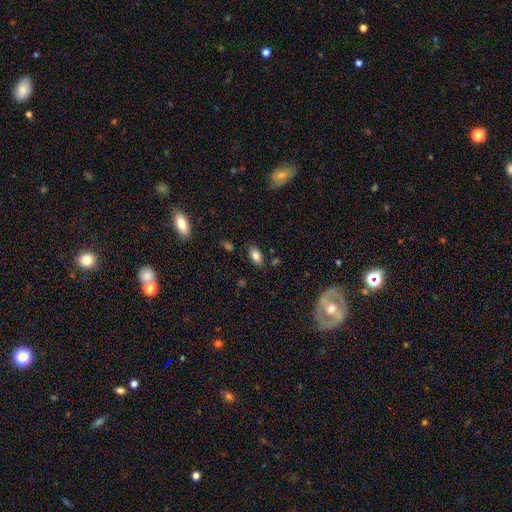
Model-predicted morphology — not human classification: A smooth galaxy with no disk features (83%) that is in between round and cigar-shaped (91%).

Vote fractions:
- Smooth or featured? smooth: 83% / star or artifact: 9% / featured or disk: 9%
- How rounded? in between: 91% / round: 5% / cigar-shaped: 4%
- Merging? none: 83% / minor disturbance: 12% / major disturbance: 3% / merger: 2%